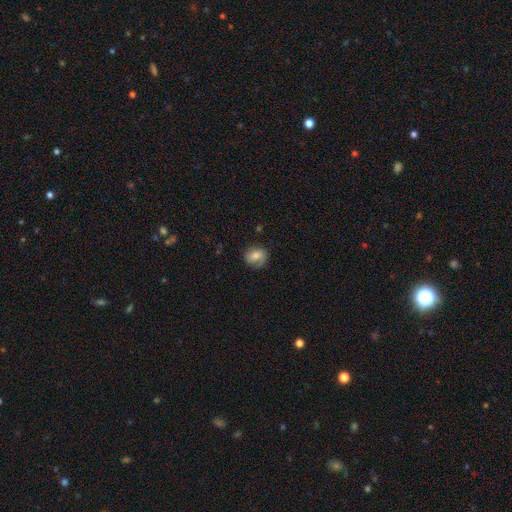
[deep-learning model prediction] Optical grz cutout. It shows a smooth galaxy with no disk features (54%) that is round (64%). Merging: none (68%).